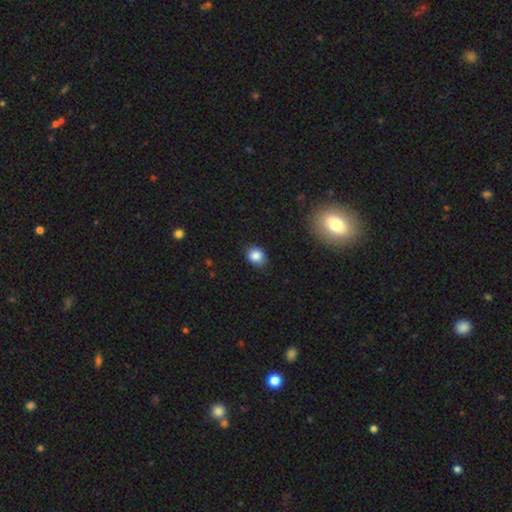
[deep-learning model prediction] Smooth or featured? Predicted: smooth (p=0.85). How rounded? Predicted: round (p=0.56). Merging? Predicted: none (p=0.79).